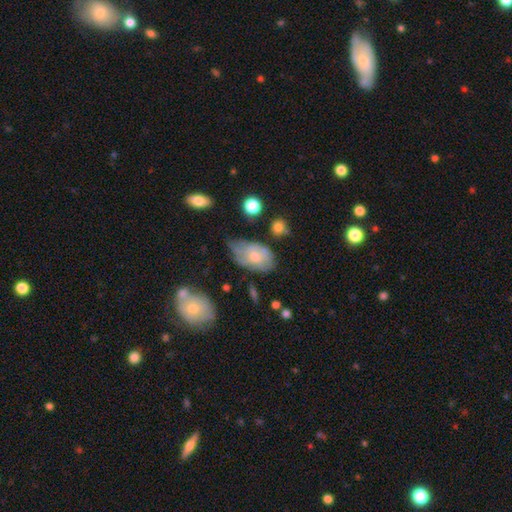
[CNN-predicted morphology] Smooth or featured?
  - smooth: 56% *
  - featured or disk: 37%
  - star or artifact: 7%
How rounded?
  - in between: 90% *
  - round: 8%
  - cigar-shaped: 2%
Merging?
  - minor disturbance: 42% *
  - none: 35%
  - major disturbance: 18%
  - merger: 5%